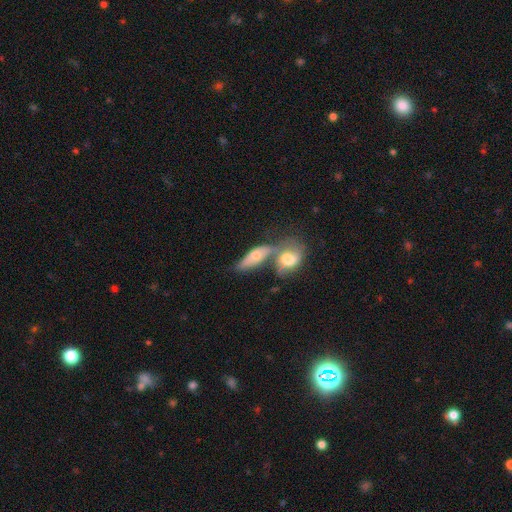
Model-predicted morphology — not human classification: A smooth galaxy with no disk features (54%) that is in between round and cigar-shaped (72%).

Vote fractions:
- Smooth or featured? smooth: 54% / featured or disk: 38% / star or artifact: 7%
- How rounded? in between: 72% / cigar-shaped: 19% / round: 9%
- Merging? merger: 66% / none: 17% / minor disturbance: 9% / major disturbance: 8%